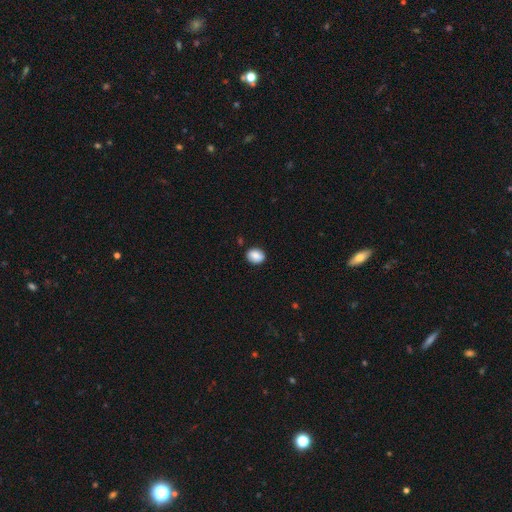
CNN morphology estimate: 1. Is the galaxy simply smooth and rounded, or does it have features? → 86% smooth, 8% star or artifact, 6% featured or disk.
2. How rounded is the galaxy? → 54% in between, 45% round, 1% cigar-shaped.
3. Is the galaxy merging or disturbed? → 86% none, 10% minor disturbance, 2% major disturbance, 1% merger.